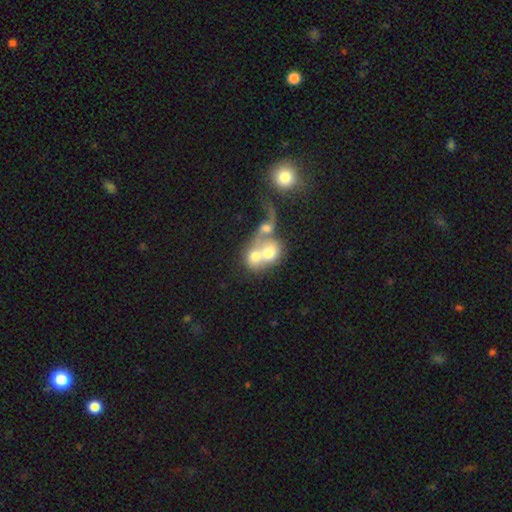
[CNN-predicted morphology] The model was most divided on "smooth or featured": smooth: 53%, featured or disk: 37%, star or artifact: 10%. More confident: merging — merger (77%); how rounded — round (60%).